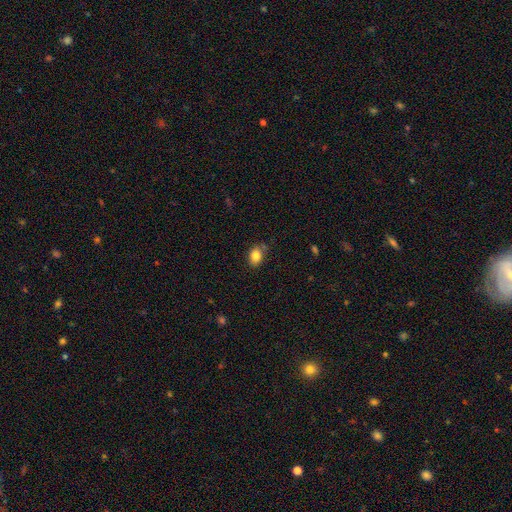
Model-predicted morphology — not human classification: Smooth or featured?
  - smooth: 84% *
  - star or artifact: 9%
  - featured or disk: 7%
How rounded?
  - in between: 69% *
  - round: 30%
  - cigar-shaped: 1%
Merging?
  - none: 75% *
  - minor disturbance: 18%
  - major disturbance: 4%
  - merger: 3%